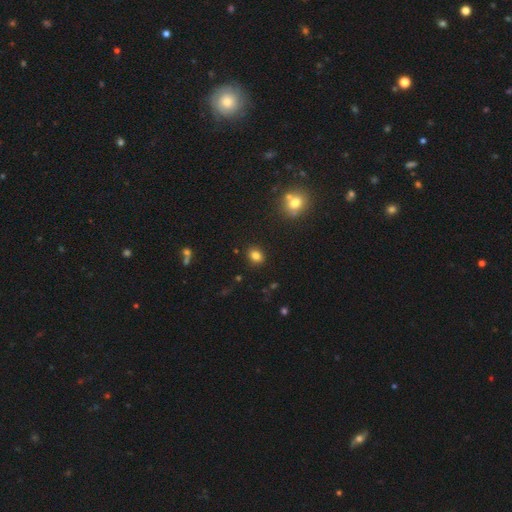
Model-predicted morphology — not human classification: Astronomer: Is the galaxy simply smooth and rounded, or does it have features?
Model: smooth — 81%.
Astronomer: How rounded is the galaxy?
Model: in between — 52% (runner-up: round, 47%).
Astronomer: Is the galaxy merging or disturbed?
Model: none — 87%.